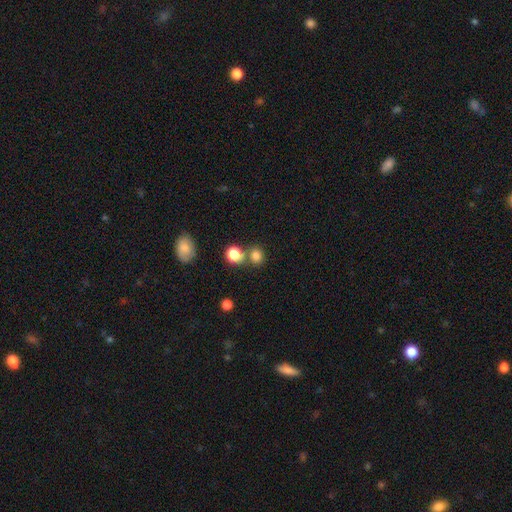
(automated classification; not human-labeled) Smooth or featured? smooth (79%)
How rounded? round (80%)
Merging? none (64%)